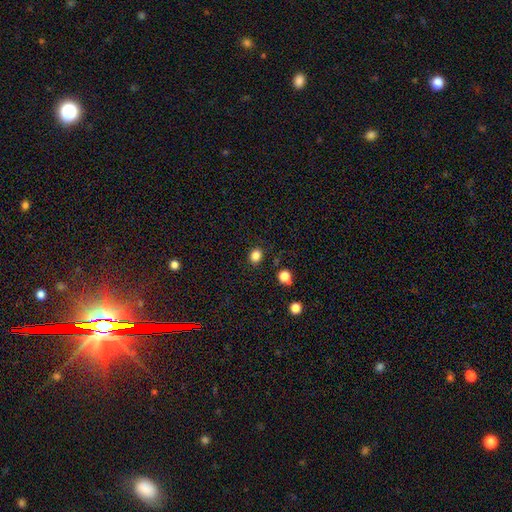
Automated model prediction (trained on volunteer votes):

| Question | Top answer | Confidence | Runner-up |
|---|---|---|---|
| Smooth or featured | smooth | 83% | star or artifact (12%) |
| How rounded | round | 67% | in between (32%) |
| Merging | none | 88% | minor disturbance (8%) |